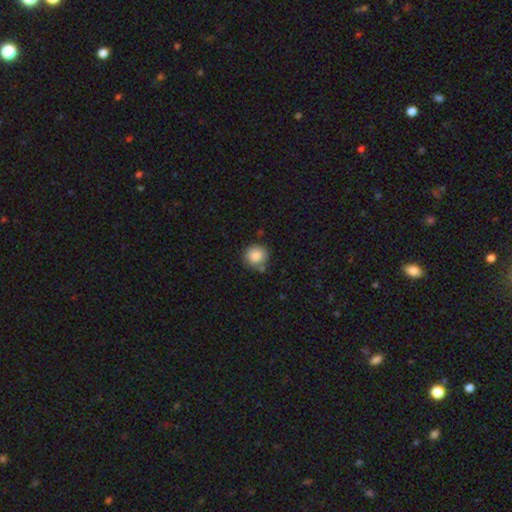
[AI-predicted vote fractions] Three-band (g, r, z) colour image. It shows a smooth galaxy with no disk features (86%) that is round (89%). Merging: none (78%).